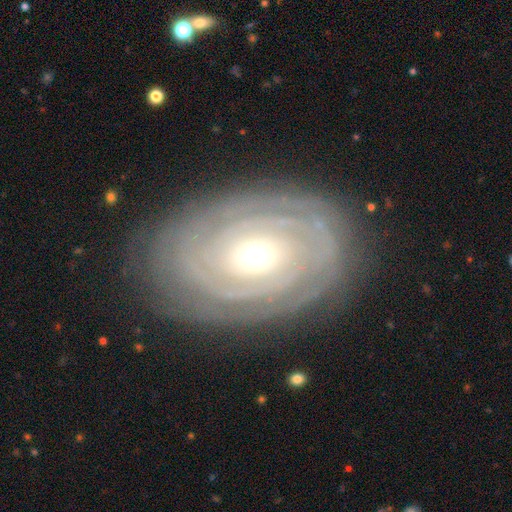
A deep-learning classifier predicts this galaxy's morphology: A featured or disk galaxy (85%) with no bar (73%), tight (88%) spiral arms (93%) and a small central bulge (52%). Merging: none (83%).